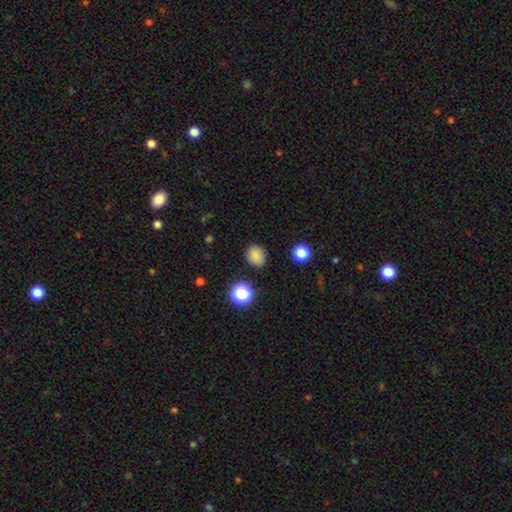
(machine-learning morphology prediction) A smooth galaxy with no disk features (82%) that is round (68%). Merging: none (86%).